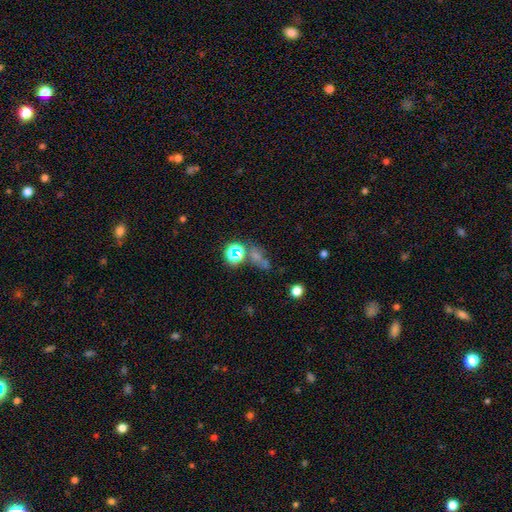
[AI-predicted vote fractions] Overall: star or artifact (49%; smooth 34%).